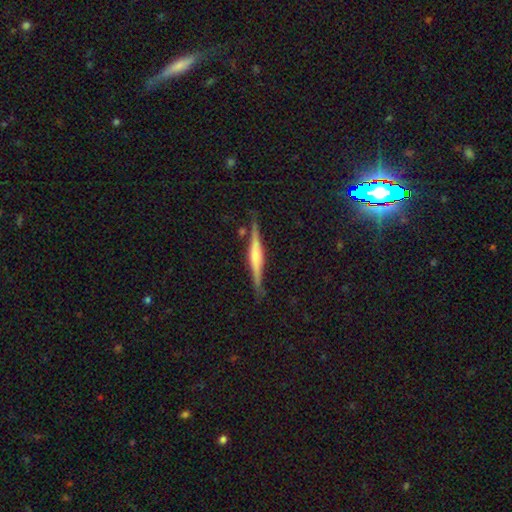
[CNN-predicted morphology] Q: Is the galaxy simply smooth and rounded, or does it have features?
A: featured or disk — 70%.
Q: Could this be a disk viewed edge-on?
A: yes — 97%.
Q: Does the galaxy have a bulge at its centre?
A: rounded — 65%.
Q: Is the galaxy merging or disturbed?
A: none — 82%.